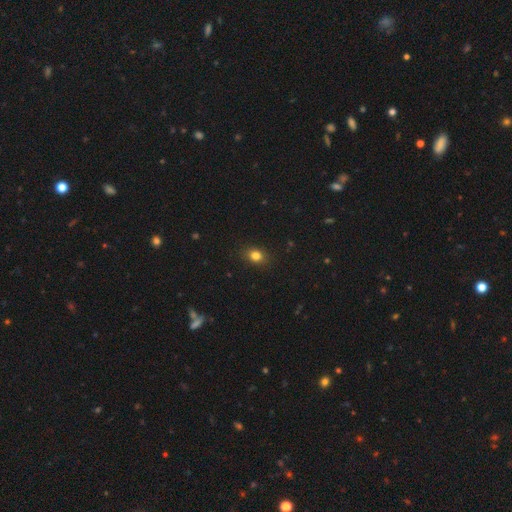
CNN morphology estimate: This appears to be a smooth galaxy with no disk features (82%) that is in between round and cigar-shaped (57%). Merging: none (87%).